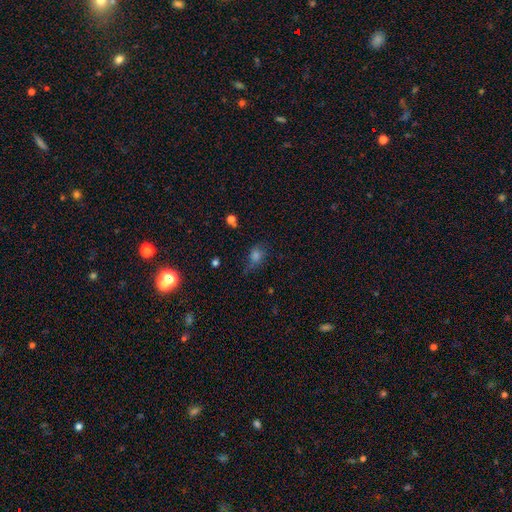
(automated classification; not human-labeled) This appears to be a smooth galaxy with no disk features (56%) that is in between round and cigar-shaped (52%). Merging: none (57%).